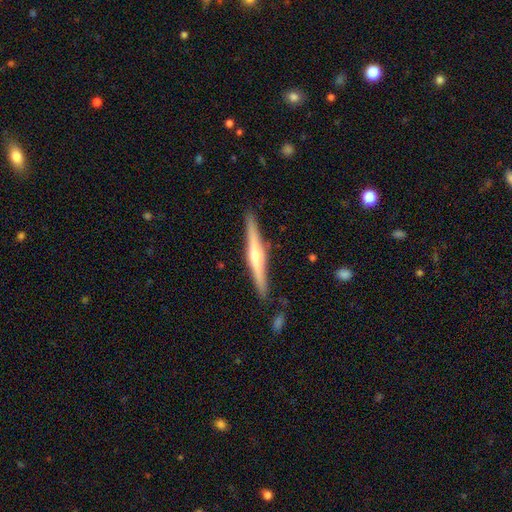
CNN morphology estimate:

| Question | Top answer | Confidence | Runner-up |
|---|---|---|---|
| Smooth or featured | featured or disk | 75% | smooth (19%) |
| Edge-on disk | yes | 98% | no (2%) |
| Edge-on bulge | rounded | 82% | none (9%) |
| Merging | none | 89% | minor disturbance (7%) |